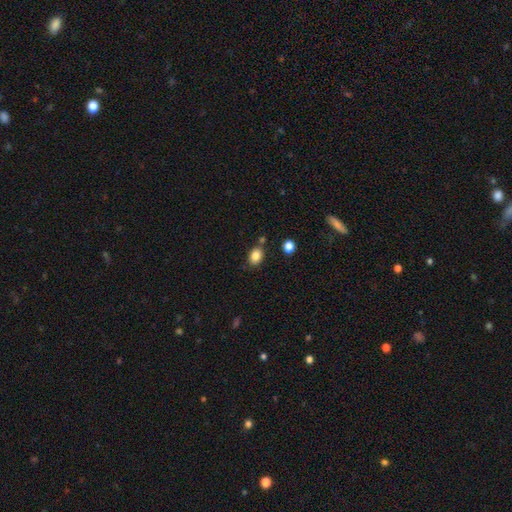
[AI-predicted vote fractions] smooth-or-featured: smooth: 85% | star or artifact: 10% | featured or disk: 5%
  how-rounded: in between: 66% | round: 33% | cigar-shaped: 1%
  merging: none: 76% | minor disturbance: 13% | merger: 8% | major disturbance: 3%